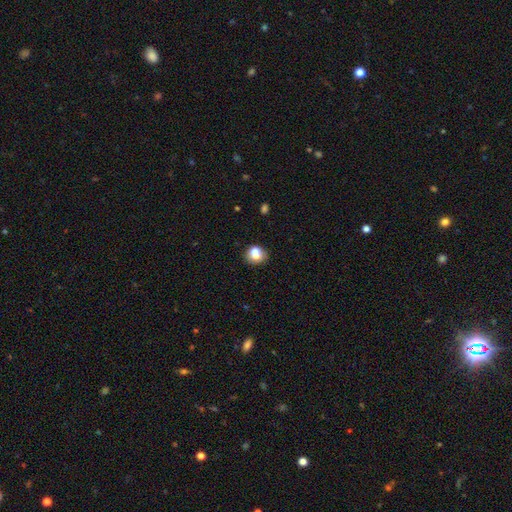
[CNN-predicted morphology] Smooth or featured: smooth — 74% (featured or disk — 13%)
How rounded: round — 72% (in between — 26%)
Merging: none — 68% (minor disturbance — 16%)